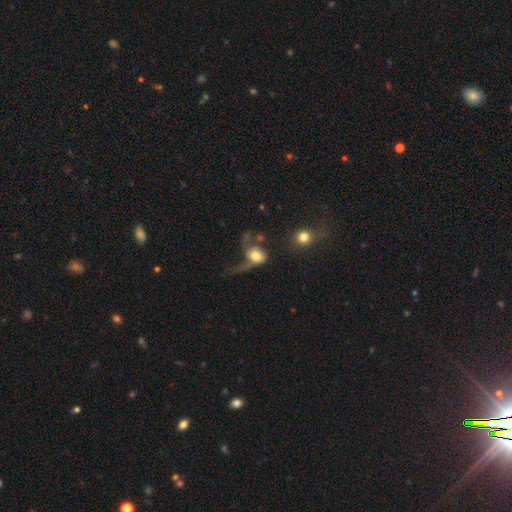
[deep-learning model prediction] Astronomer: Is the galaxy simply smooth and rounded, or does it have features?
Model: smooth — 57% (runner-up: featured or disk, 33%).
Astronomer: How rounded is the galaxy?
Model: in between — 55% (runner-up: round, 43%).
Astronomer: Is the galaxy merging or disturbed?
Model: major disturbance — 59%.